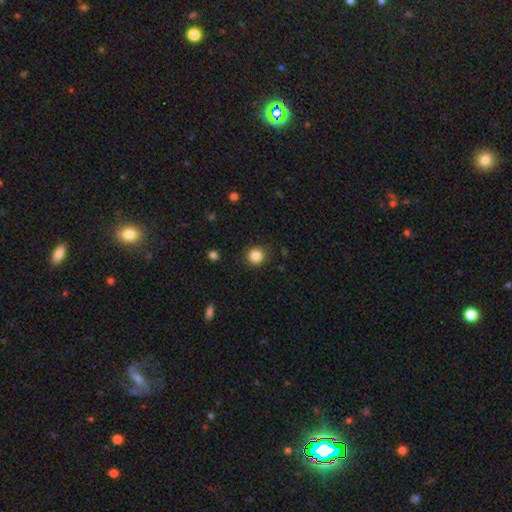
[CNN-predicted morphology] The model was most divided on "smooth or featured": smooth: 85%, star or artifact: 11%, featured or disk: 4%. More confident: how rounded — round (93%); merging — none (89%).